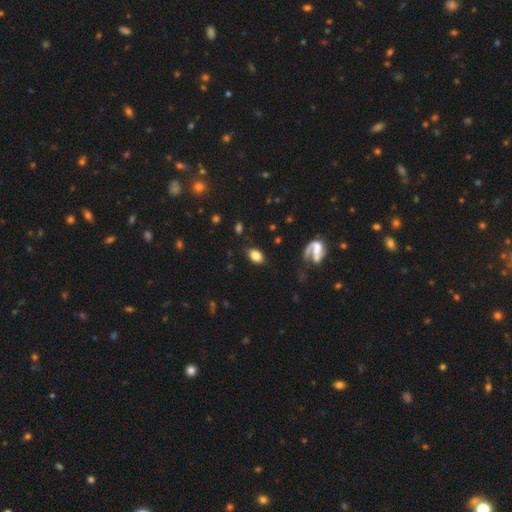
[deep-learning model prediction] The model was most divided on "smooth or featured": smooth: 78%, featured or disk: 13%, star or artifact: 9%. More confident: how rounded — in between (85%); merging — none (80%).